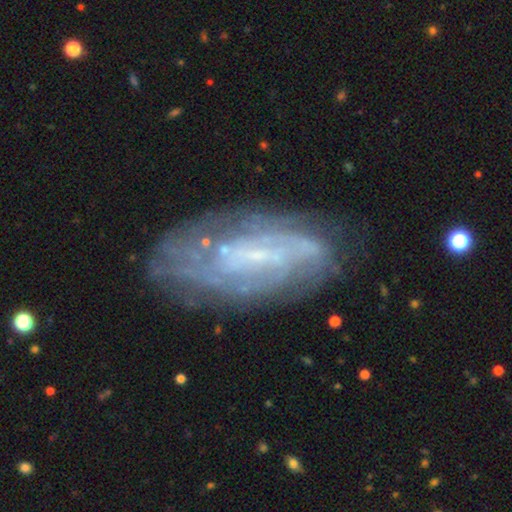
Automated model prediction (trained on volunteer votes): This appears to be a featured or disk galaxy (74%) with no bar (42%), tight (59%) spiral arms (76%) and a small central bulge (67%). Merging: none (71%).